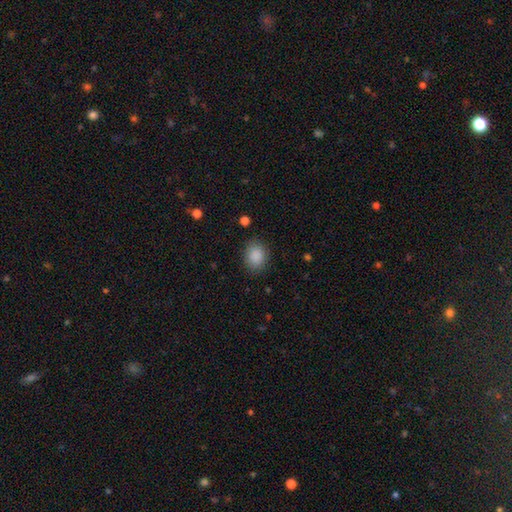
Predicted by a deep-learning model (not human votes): Smooth or featured? smooth (88%)
How rounded? in between (52%)
Merging? none (85%)